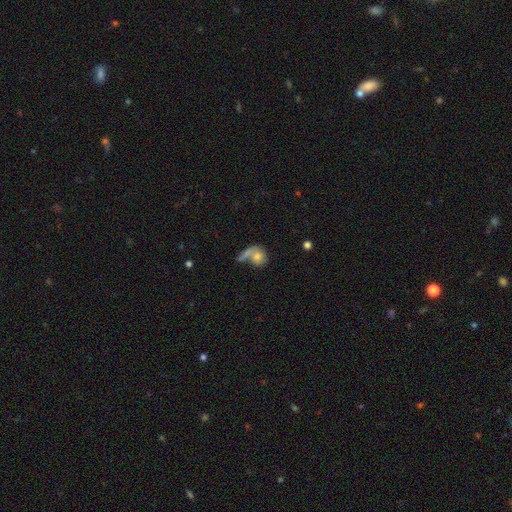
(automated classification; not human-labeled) smooth-or-featured: smooth: 68% | featured or disk: 22% | star or artifact: 10%
  how-rounded: round: 61% | in between: 35% | cigar-shaped: 4%
  merging: merger: 38% | none: 37% | major disturbance: 13% | minor disturbance: 12%